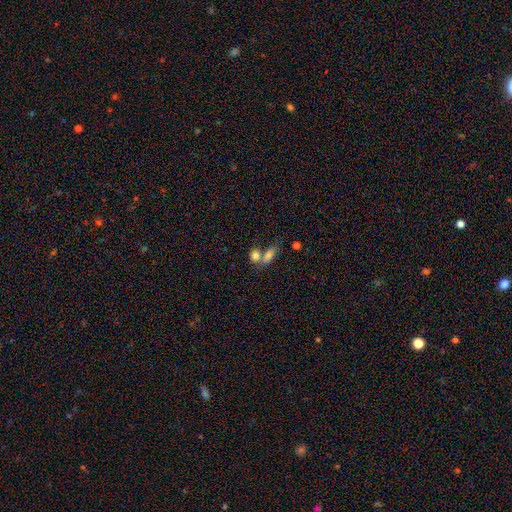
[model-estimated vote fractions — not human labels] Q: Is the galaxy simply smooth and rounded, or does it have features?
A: smooth — 80%.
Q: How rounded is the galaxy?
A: in between — 67%.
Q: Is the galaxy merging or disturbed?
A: merger — 59%.